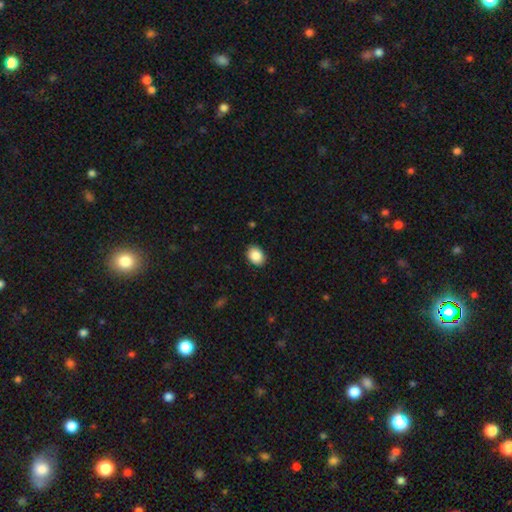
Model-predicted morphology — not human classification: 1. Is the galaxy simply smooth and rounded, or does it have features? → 88% smooth, 8% star or artifact, 4% featured or disk.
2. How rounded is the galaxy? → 61% in between, 38% round, 1% cigar-shaped.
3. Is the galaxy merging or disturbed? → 90% none, 8% minor disturbance, 2% major disturbance, 1% merger.